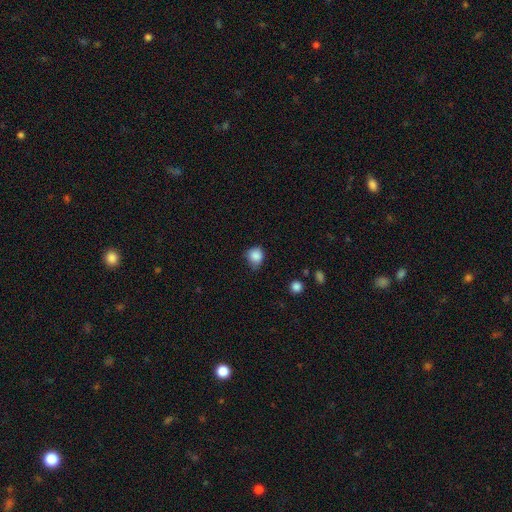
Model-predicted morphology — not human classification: smooth-or-featured: smooth: 86% | star or artifact: 10% | featured or disk: 5%
  how-rounded: round: 75% | in between: 24% | cigar-shaped: 1%
  merging: none: 56% | minor disturbance: 35% | major disturbance: 7% | merger: 2%